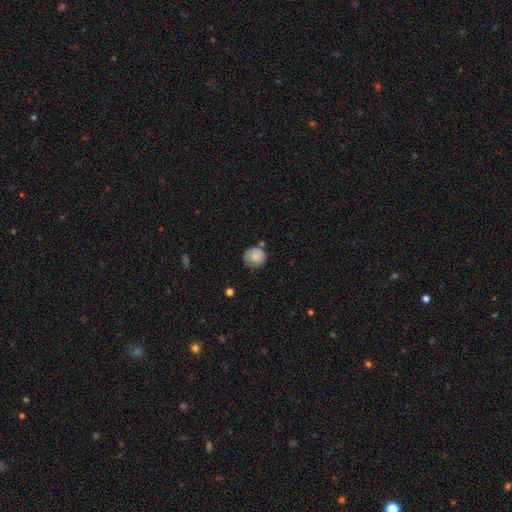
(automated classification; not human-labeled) Smooth or featured? Predicted: smooth (p=0.78). How rounded? Predicted: round (p=0.76). Merging? Predicted: none (p=0.64).